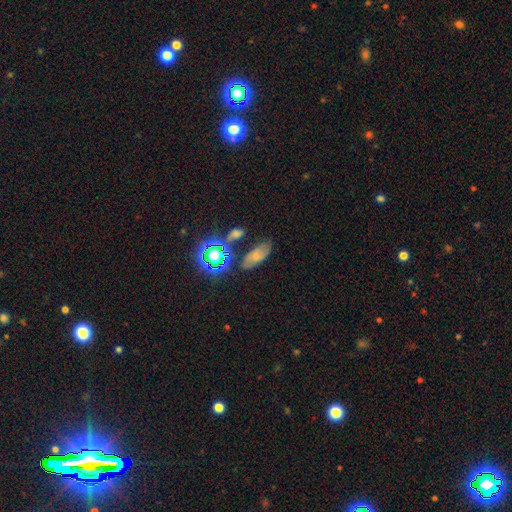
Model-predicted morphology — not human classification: This appears to be a smooth galaxy with no disk features (48%). Merging: none (66%).